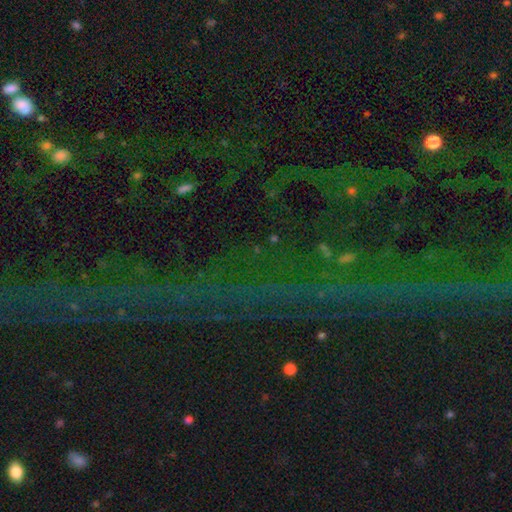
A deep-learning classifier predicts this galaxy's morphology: star or artifact 80%, featured or disk 11%, smooth 9%.